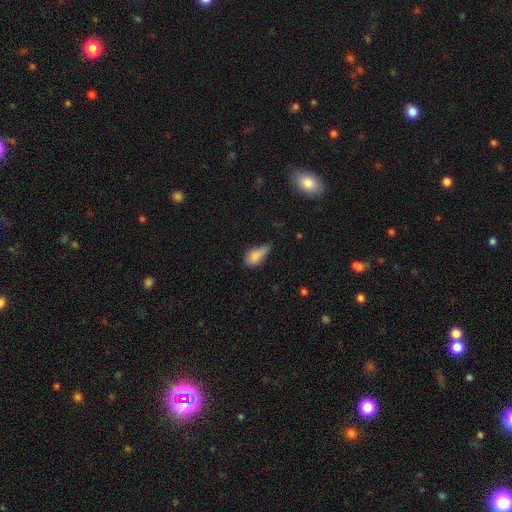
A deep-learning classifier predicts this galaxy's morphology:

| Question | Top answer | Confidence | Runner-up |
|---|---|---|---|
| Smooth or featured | smooth | 79% | featured or disk (12%) |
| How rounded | in between | 84% | cigar-shaped (8%) |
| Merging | minor disturbance | 48% | none (26%) |